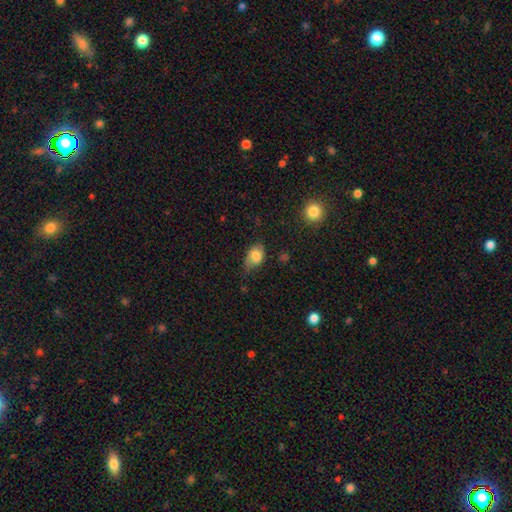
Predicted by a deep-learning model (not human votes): Smooth or featured: smooth — 71% (featured or disk — 21%)
How rounded: in between — 78% (round — 20%)
Merging: none — 48% (minor disturbance — 37%)